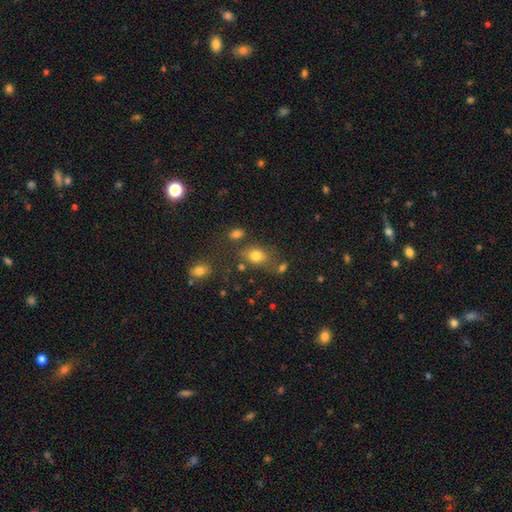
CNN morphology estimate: This appears to be a smooth galaxy with no disk features (78%) that is in between round and cigar-shaped (64%). Merging: none (63%).